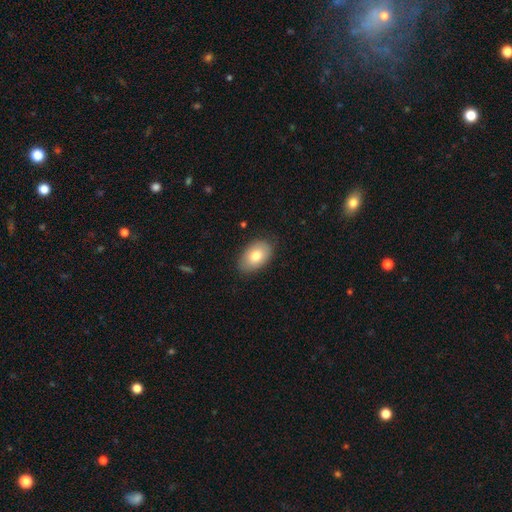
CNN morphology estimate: smooth 77%, featured or disk 16%, star or artifact 7%. Down the decision tree: how rounded — in between (89%); merging — none (83%).